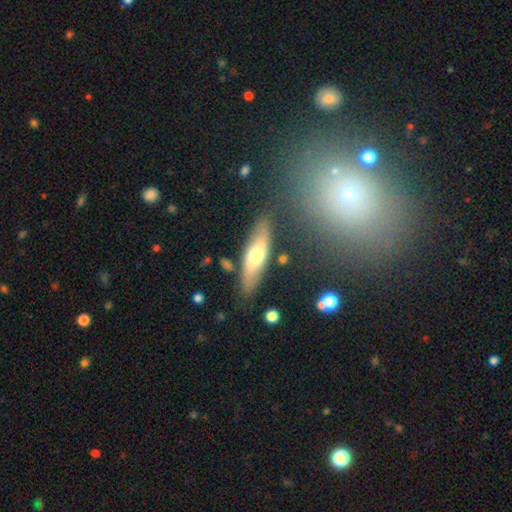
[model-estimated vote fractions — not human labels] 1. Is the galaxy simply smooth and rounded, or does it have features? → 54% smooth, 40% featured or disk, 6% star or artifact.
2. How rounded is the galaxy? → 55% cigar-shaped, 43% in between, 2% round.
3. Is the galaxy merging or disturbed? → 81% none, 12% minor disturbance, 4% merger, 3% major disturbance.